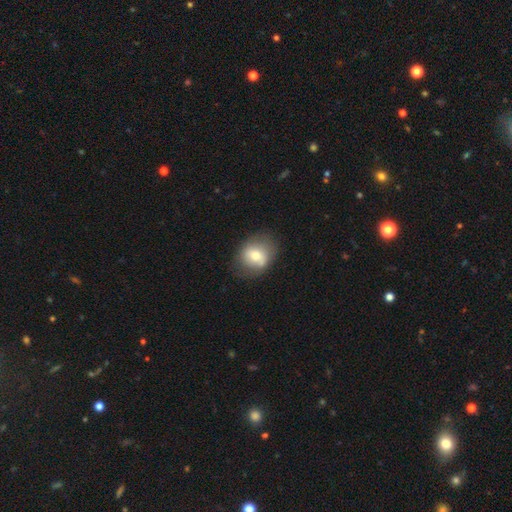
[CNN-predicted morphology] Overall: smooth (66%; featured or disk 26%). How rounded: in between (50%; round 49%). Merging: none (69%).